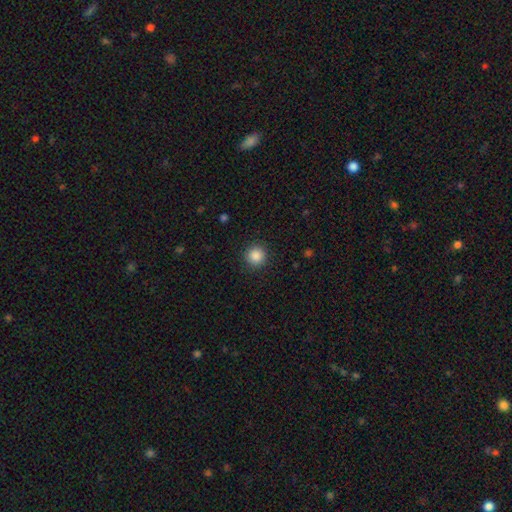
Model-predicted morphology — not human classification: type=smooth (87%); roundness=round (94%); merging=none (91%).